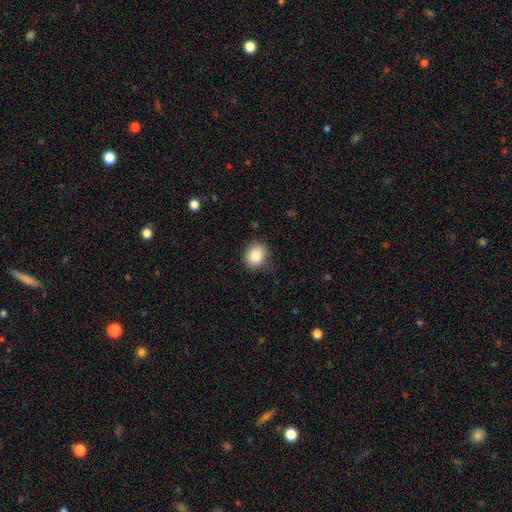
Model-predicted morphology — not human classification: type=smooth (85%); roundness=round (65%); merging=none (76%).